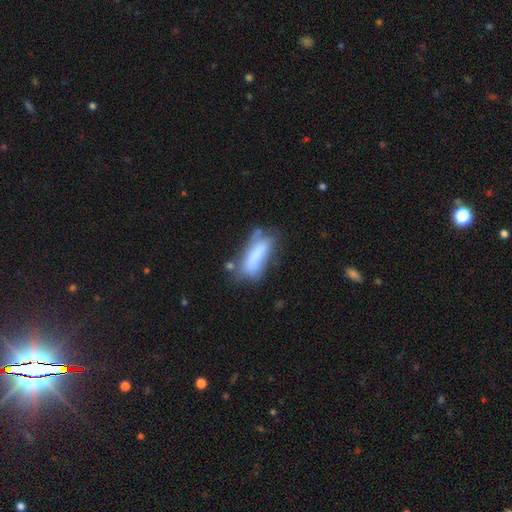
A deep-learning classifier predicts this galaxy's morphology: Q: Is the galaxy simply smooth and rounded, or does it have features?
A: smooth — 73%.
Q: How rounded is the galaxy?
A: in between — 59%.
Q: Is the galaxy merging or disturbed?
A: none — 43%.